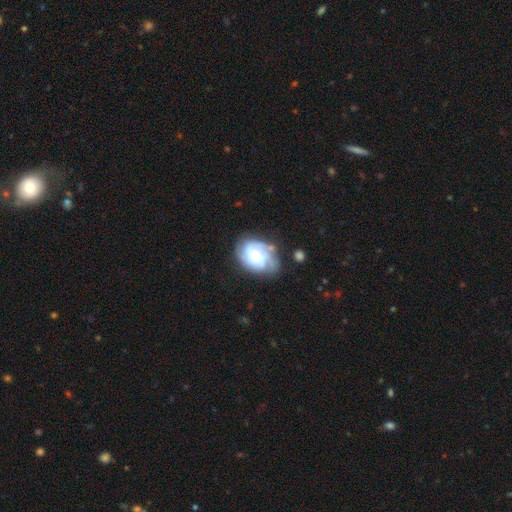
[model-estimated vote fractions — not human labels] This is likely a featured or disk galaxy (69%). It is clearly not viewed edge-on (97%). Bar: likely no (70%). Spiral arm pattern: clearly yes (90%). Spiral arm count: marginally 3 (33%). Spiral winding: possibly tight (53%). Central bulge: possibly moderate (53%). Merging: likely none (60%).